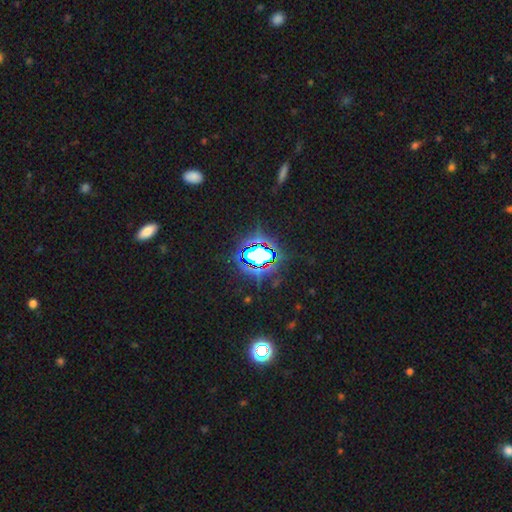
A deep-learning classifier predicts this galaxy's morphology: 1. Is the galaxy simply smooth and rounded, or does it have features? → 79% star or artifact, 13% smooth, 8% featured or disk.